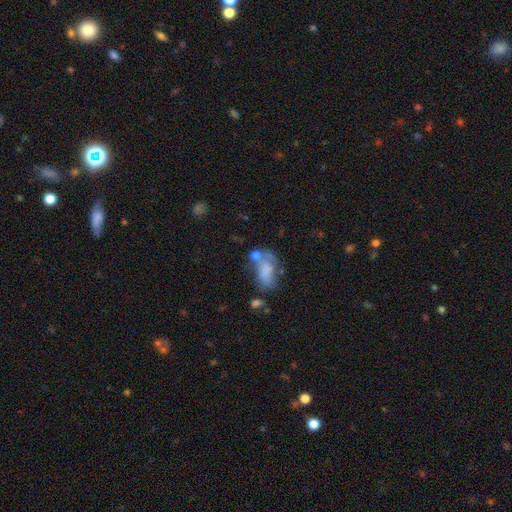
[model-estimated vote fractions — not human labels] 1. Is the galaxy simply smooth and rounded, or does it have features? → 62% smooth, 26% featured or disk, 12% star or artifact.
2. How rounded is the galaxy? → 85% in between, 11% round, 4% cigar-shaped.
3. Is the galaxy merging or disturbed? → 29% none, 28% merger, 23% major disturbance, 20% minor disturbance.